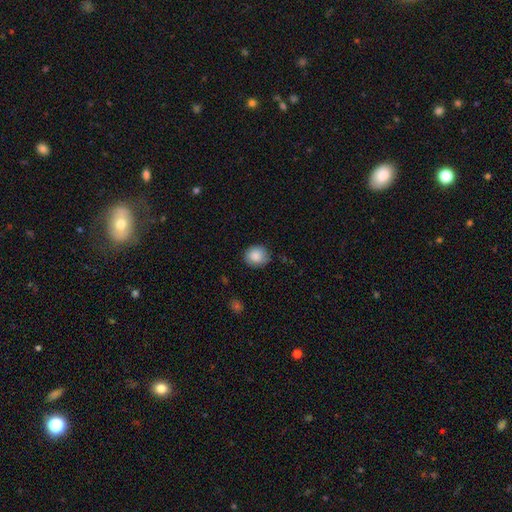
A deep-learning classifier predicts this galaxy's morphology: Smooth or featured: smooth — 87% (star or artifact — 8%)
How rounded: round — 81% (in between — 18%)
Merging: none — 84% (minor disturbance — 12%)